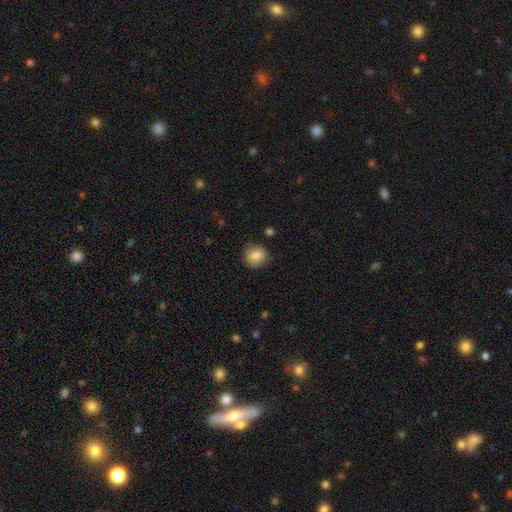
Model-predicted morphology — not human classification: smooth_or_featured: smooth (p=0.82) [alt: featured or disk p=0.10]
how_rounded: round (p=0.83) [alt: in between p=0.16]
merging: none (p=0.83) [alt: minor disturbance p=0.13]